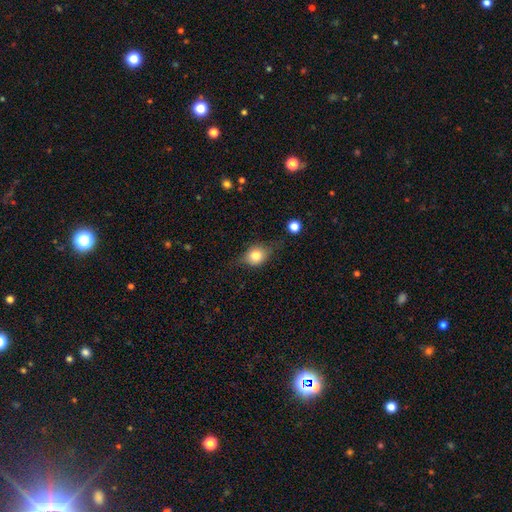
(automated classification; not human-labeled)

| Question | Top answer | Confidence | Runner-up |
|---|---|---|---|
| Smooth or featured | smooth | 72% | featured or disk (19%) |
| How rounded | round | 58% | in between (40%) |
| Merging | none | 62% | minor disturbance (27%) |